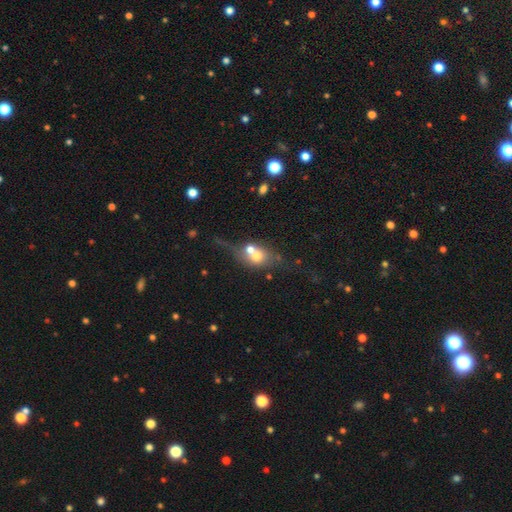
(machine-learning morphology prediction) A smooth galaxy with no disk features (55%) that is in between round and cigar-shaped (49%). Merging: merger (48%).